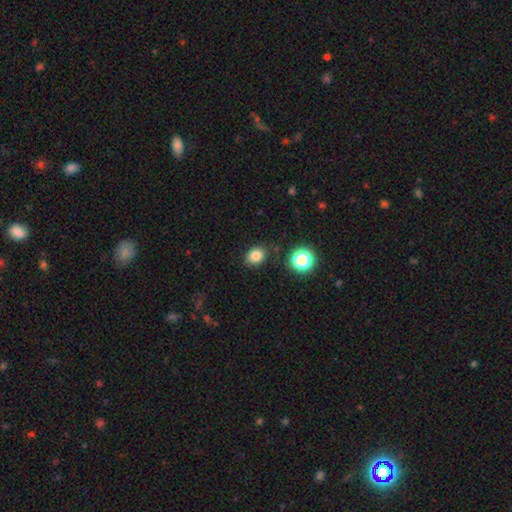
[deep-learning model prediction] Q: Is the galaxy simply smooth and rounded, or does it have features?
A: smooth — 82%.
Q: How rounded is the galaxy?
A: round — 52%.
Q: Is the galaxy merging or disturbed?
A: none — 82%.